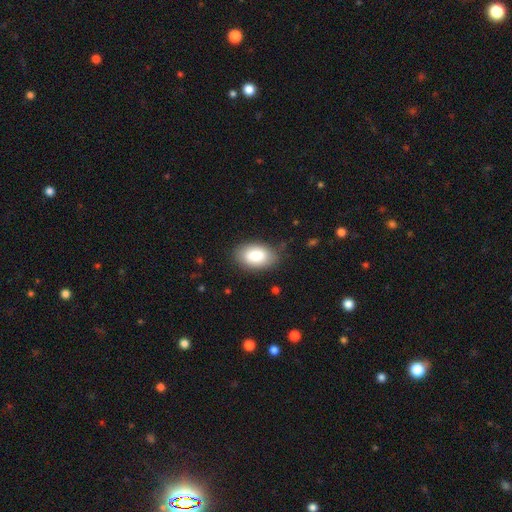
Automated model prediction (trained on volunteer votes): A smooth galaxy with no disk features (83%) that is in between round and cigar-shaped (92%). Merging: none (81%).